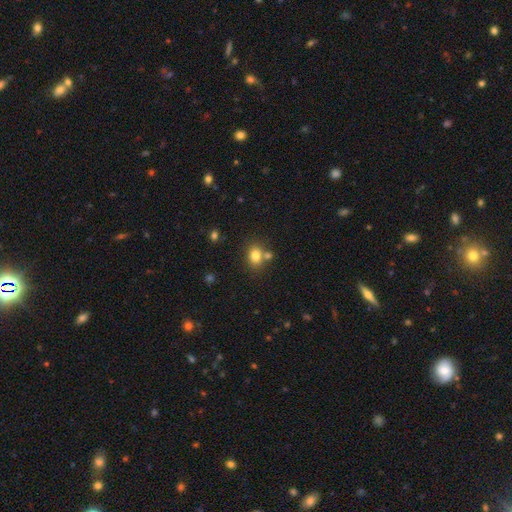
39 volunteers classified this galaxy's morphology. smooth_or_featured: smooth (p=0.90) [alt: star or artifact p=0.08]
how_rounded: in between (p=0.60) [alt: round p=0.40]
merging: none (p=0.58) [alt: merger p=0.28]